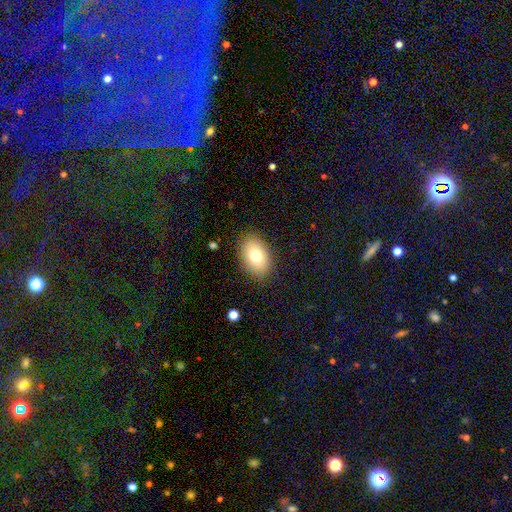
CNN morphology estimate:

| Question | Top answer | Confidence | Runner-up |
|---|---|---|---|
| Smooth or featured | smooth | 76% | featured or disk (15%) |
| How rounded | in between | 85% | round (14%) |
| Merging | none | 86% | minor disturbance (10%) |